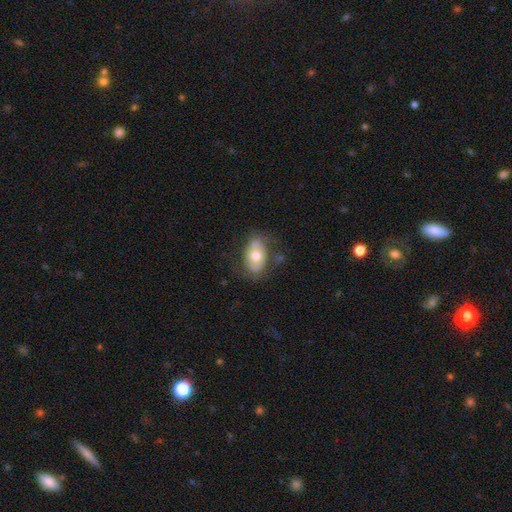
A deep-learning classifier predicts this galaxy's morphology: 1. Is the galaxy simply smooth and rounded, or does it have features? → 61% smooth, 33% featured or disk, 7% star or artifact.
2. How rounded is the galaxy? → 89% in between, 9% round, 2% cigar-shaped.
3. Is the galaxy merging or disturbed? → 66% none, 22% minor disturbance, 9% major disturbance, 3% merger.